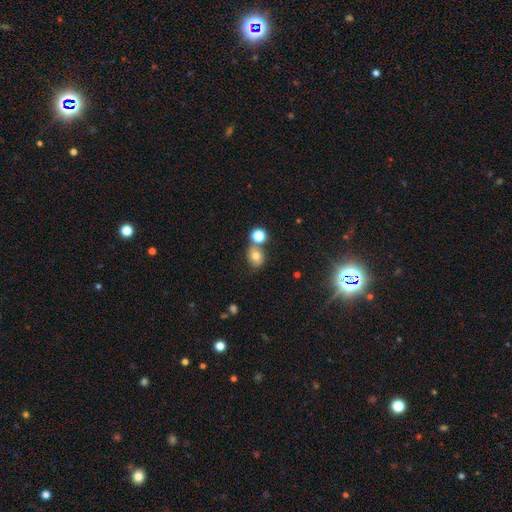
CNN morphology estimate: smooth 73%, star or artifact 14%, featured or disk 13%. Down the decision tree: how rounded — round (64%); merging — none (59%).